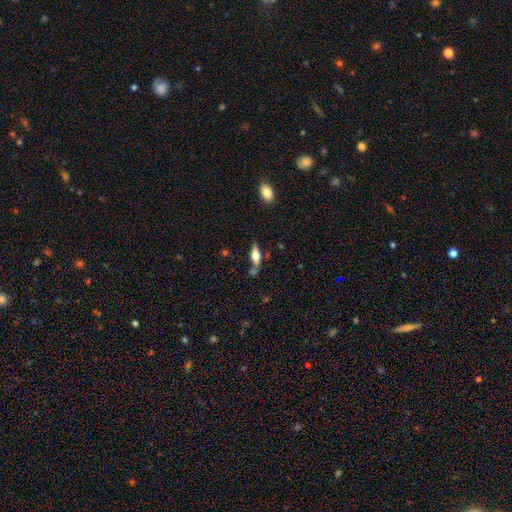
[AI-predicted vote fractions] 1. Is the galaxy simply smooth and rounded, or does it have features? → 47% smooth, 46% featured or disk, 8% star or artifact.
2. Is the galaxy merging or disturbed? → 61% none, 19% minor disturbance, 14% merger, 7% major disturbance.